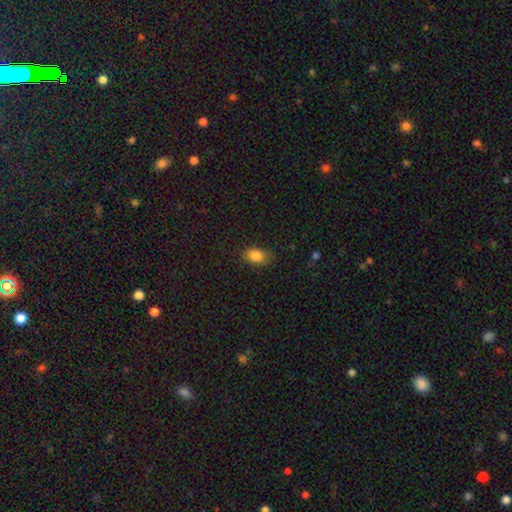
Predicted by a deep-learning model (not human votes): The model was most divided on "merging": none: 73%, minor disturbance: 20%, major disturbance: 5%, merger: 1%. More confident: smooth or featured — smooth (85%); how rounded — in between (83%).